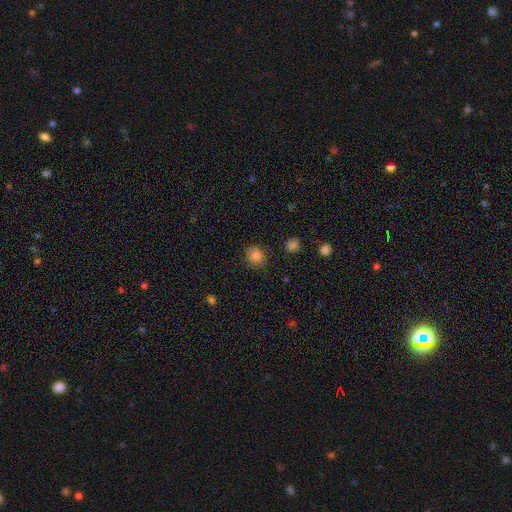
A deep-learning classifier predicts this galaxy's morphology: type=smooth (83%); roundness=round (82%); merging=none (85%).